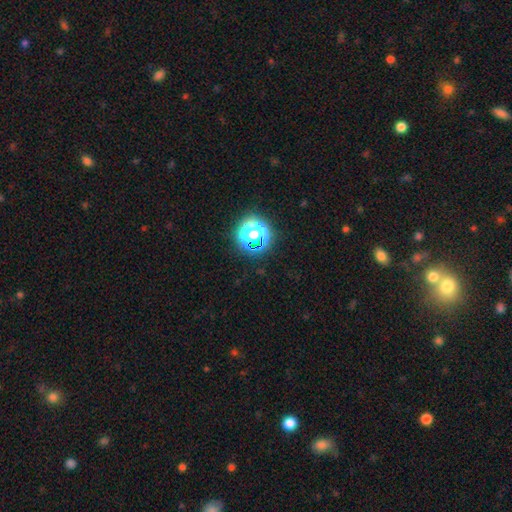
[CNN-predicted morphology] Q: Smooth or featured?
A: star or artifact (75%); runner-up: smooth (18%)